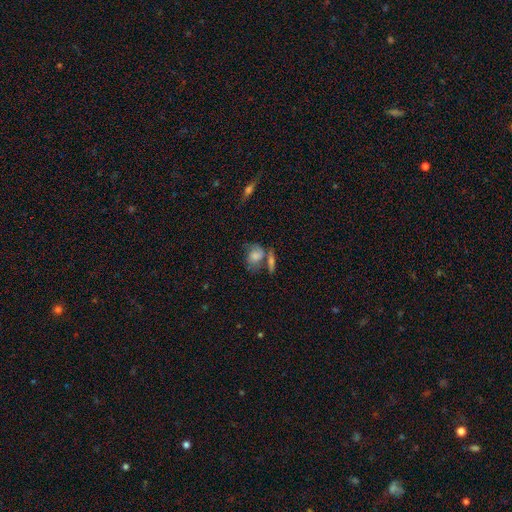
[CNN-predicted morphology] smooth 53%, featured or disk 35%, star or artifact 12%. Down the decision tree: how rounded — in between (56%); merging — none (42%).